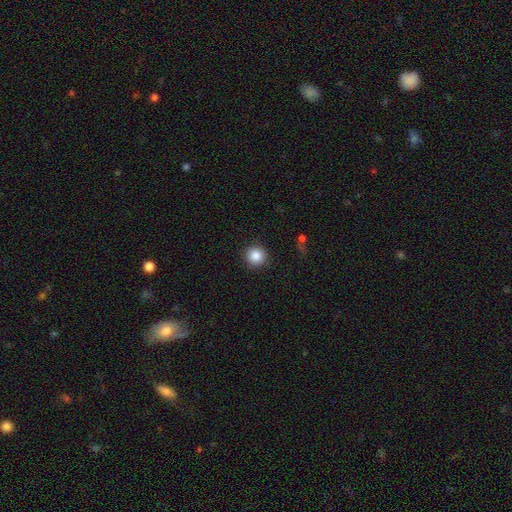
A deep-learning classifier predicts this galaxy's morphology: smooth_or_featured: smooth (p=0.86) [alt: star or artifact p=0.10]
how_rounded: round (p=0.95) [alt: in between p=0.04]
merging: none (p=0.91) [alt: minor disturbance p=0.06]